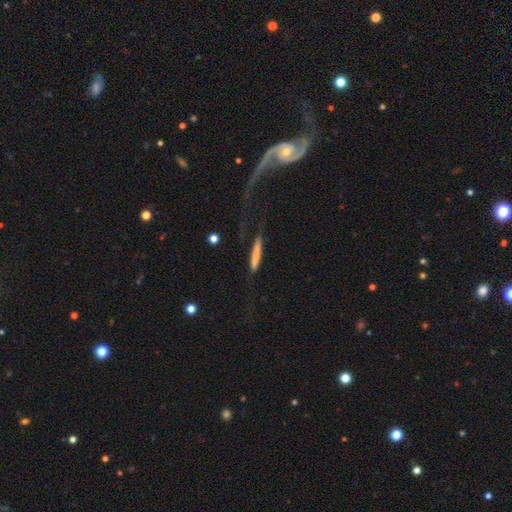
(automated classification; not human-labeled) Morphology: type=smooth (72%); roundness=cigar-shaped (94%); merging=none (61%).